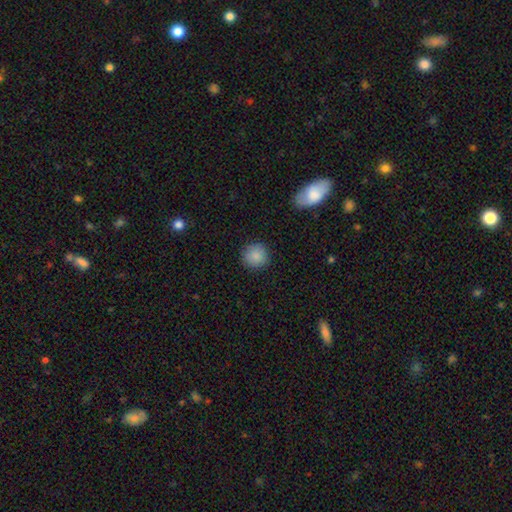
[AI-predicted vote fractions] Smooth or featured? smooth (86%)
How rounded? round (94%)
Merging? none (90%)